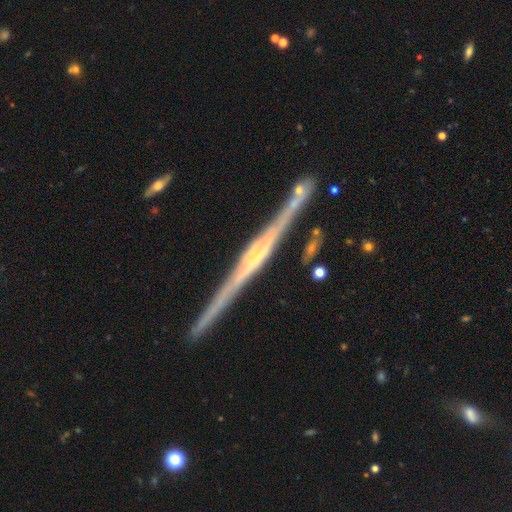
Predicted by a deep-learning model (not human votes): Smooth or featured? Predicted: featured or disk (p=0.88). Edge-on disk? Predicted: yes (p=0.98). Edge-on bulge? Predicted: rounded (p=0.53). Merging? Predicted: none (p=0.88).